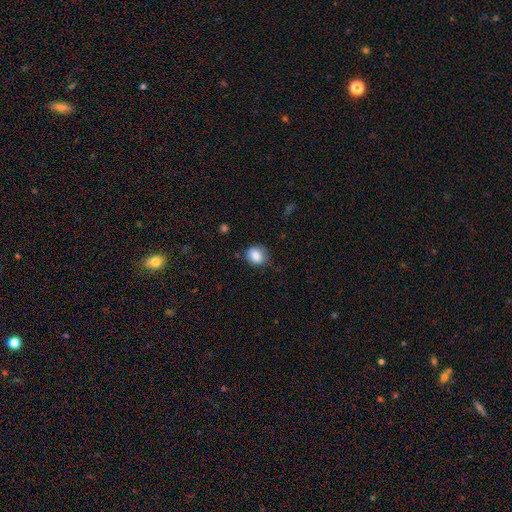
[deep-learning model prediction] Smooth or featured? smooth (84%)
How rounded? round (63%)
Merging? none (74%)